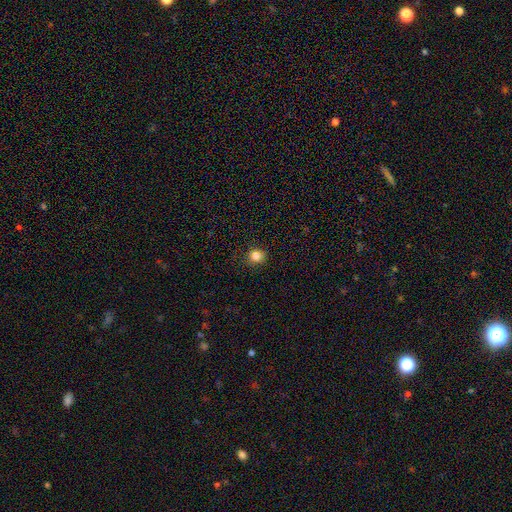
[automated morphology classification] This appears to be a smooth galaxy with no disk features (83%) that is round (87%). Merging: none (89%).